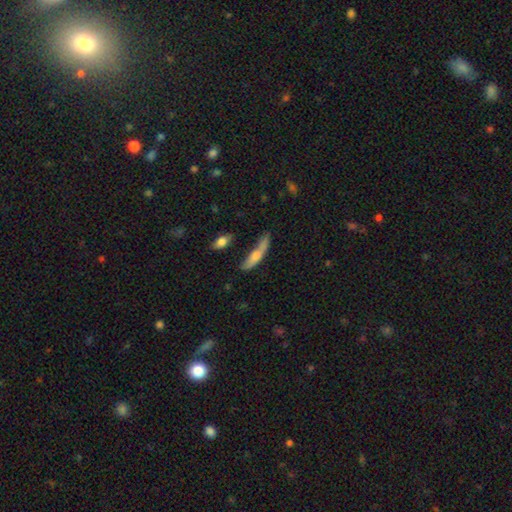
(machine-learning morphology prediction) Smooth or featured? smooth (64%)
How rounded? cigar-shaped (74%)
Merging? none (45%)